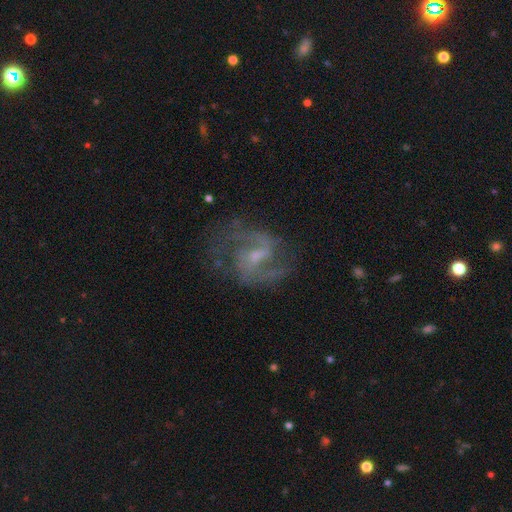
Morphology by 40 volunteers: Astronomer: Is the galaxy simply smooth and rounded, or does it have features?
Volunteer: featured or disk — 85%.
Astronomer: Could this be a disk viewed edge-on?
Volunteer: no — 100%.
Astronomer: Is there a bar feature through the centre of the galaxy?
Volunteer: weak — 65%.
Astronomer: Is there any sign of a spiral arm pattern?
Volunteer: yes — 94%.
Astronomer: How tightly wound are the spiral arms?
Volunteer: medium — 59%.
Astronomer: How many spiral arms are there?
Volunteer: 2 — 91%.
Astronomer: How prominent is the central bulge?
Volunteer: small — 65%.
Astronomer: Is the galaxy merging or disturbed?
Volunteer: none — 74%.